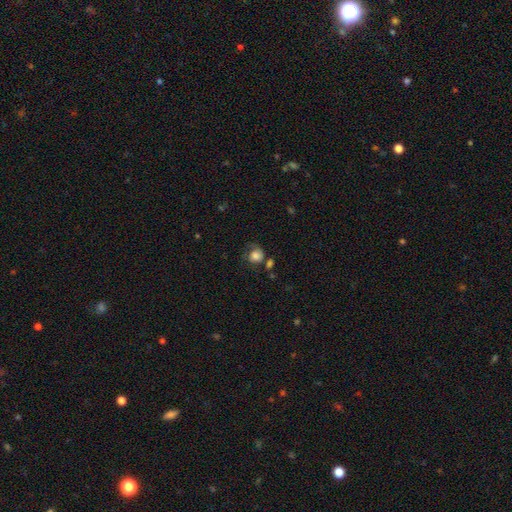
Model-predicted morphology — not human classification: Q: Smooth or featured?
A: smooth (59%); runner-up: featured or disk (32%)
Q: How rounded?
A: round (72%); runner-up: in between (27%)
Q: Merging?
A: none (39%); runner-up: major disturbance (28%)